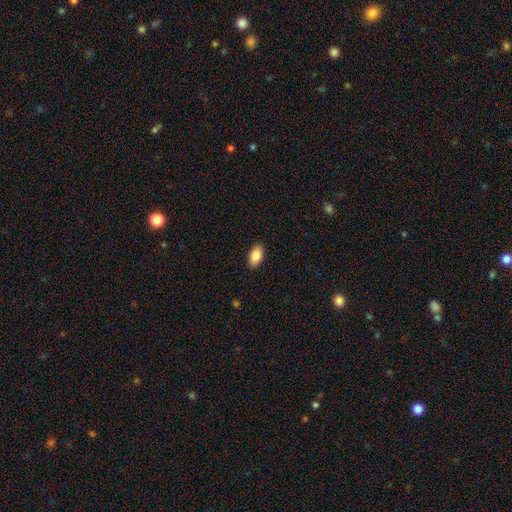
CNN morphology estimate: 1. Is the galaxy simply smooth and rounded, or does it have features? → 87% smooth, 7% star or artifact, 6% featured or disk.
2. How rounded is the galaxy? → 93% in between, 5% round, 2% cigar-shaped.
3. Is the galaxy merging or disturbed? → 89% none, 8% minor disturbance, 2% major disturbance, 1% merger.